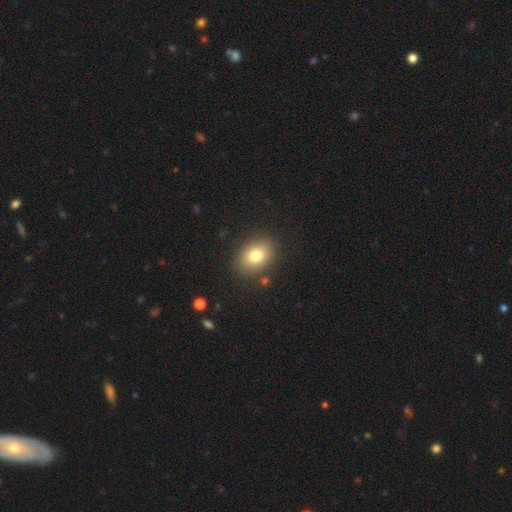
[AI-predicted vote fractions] Smooth or featured?
  - smooth: 77% *
  - featured or disk: 12%
  - star or artifact: 11%
How rounded?
  - in between: 63% *
  - round: 36%
  - cigar-shaped: 1%
Merging?
  - none: 85% *
  - minor disturbance: 10%
  - major disturbance: 3%
  - merger: 2%